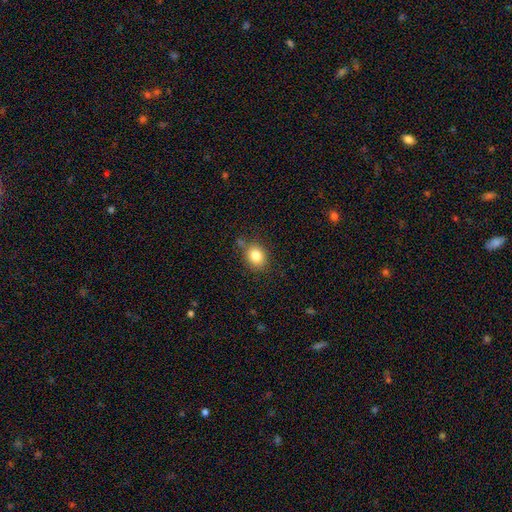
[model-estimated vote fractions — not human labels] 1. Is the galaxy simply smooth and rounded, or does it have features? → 82% smooth, 11% star or artifact, 7% featured or disk.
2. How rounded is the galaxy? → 62% round, 37% in between, 1% cigar-shaped.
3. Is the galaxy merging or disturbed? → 75% none, 16% minor disturbance, 4% merger, 4% major disturbance.